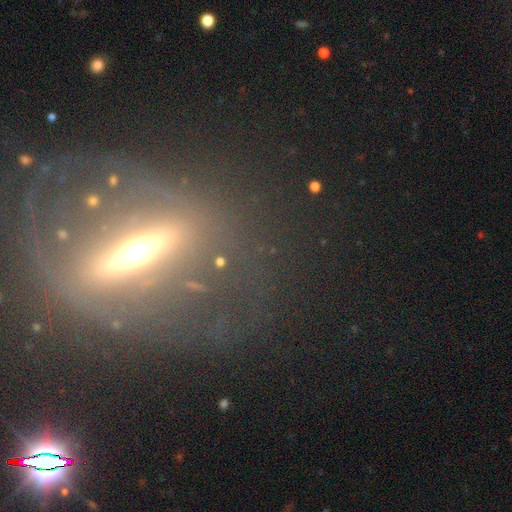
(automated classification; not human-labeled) Overall: featured or disk (70%). Edge-on disk: yes (67%; no 33%). Merging: none (70%).